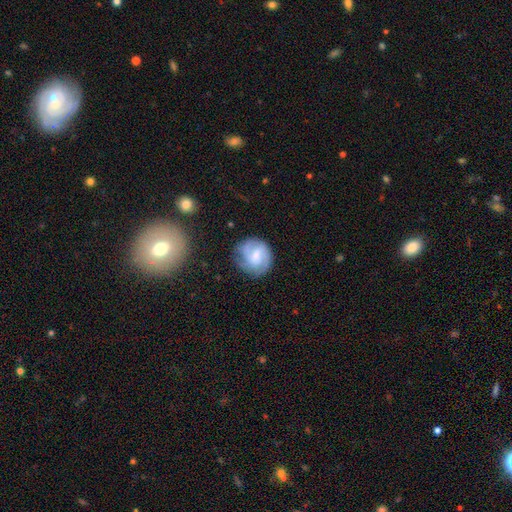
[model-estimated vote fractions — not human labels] Q: Smooth or featured?
A: featured or disk (67%); runner-up: smooth (26%)
Q: Edge-on disk?
A: no (98%); runner-up: yes (2%)
Q: Bar?
A: weak (47%); runner-up: no (43%)
Q: Spiral arms?
A: yes (92%); runner-up: no (8%)
Q: Spiral winding?
A: tight (46%); runner-up: medium (41%)
Q: Spiral arm count?
A: 3 (33%); runner-up: 2 (28%)
Q: Bulge size?
A: small (43%); runner-up: moderate (37%)
Q: Merging?
A: none (70%); runner-up: minor disturbance (20%)